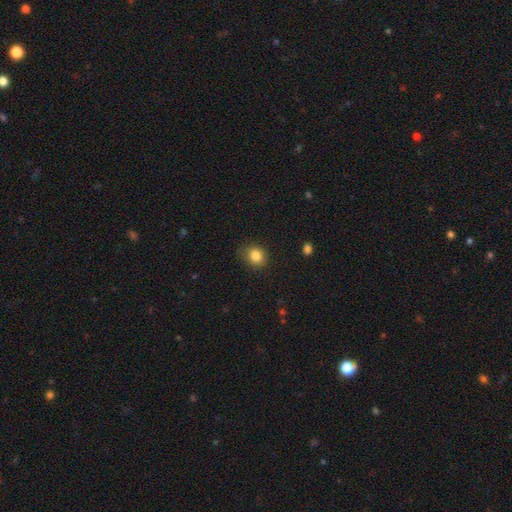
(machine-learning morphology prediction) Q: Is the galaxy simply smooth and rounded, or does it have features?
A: smooth — 84%.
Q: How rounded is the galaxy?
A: round — 73%.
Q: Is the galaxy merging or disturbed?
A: none — 80%.